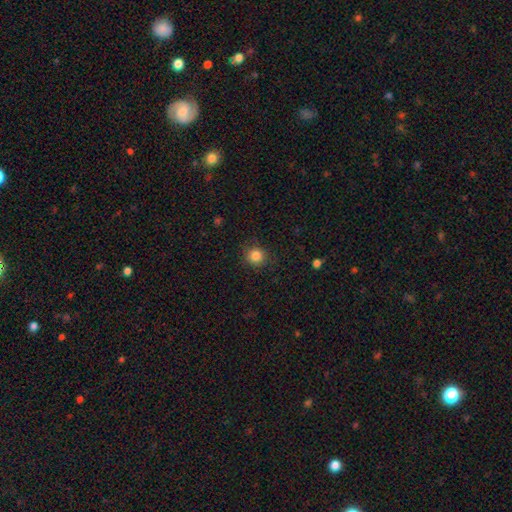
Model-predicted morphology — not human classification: Overall: smooth (85%). How rounded: round (90%). Merging: none (87%).